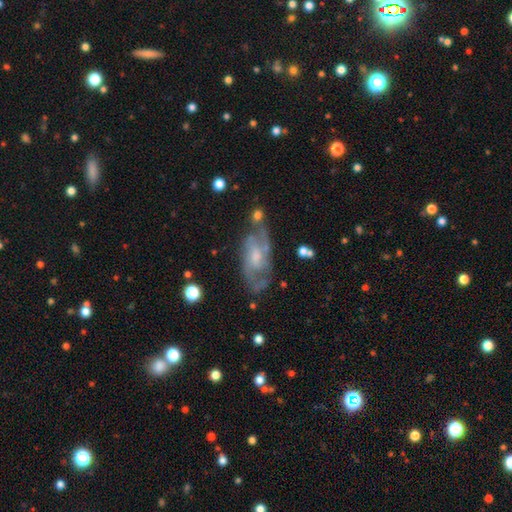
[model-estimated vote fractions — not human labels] Smooth or featured? featured or disk (80%)
Edge-on disk? no (93%)
Bar? no (48%)
Spiral arms? yes (90%)
Spiral winding? medium (50%)
Spiral arm count? 2 (63%)
Bulge size? moderate (42%)
Merging? none (64%)